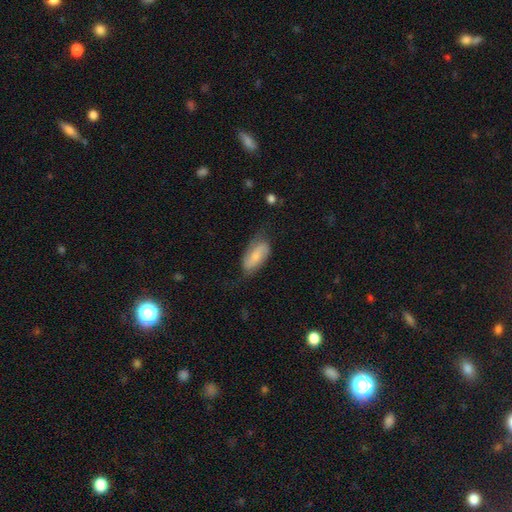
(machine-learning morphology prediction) Overall: smooth (47%; featured or disk 46%). Merging: none (60%; minor disturbance 27%).